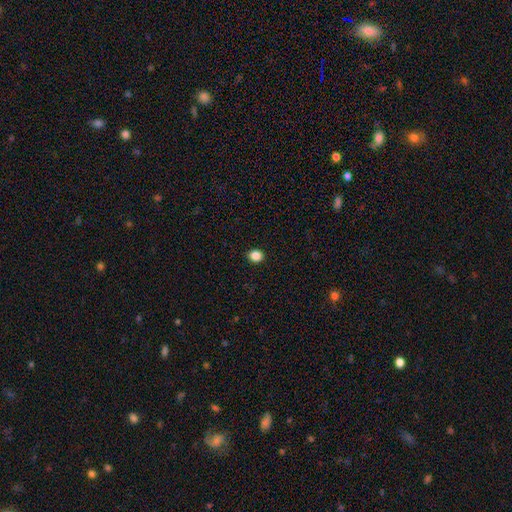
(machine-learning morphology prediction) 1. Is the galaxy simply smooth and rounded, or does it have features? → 86% smooth, 11% star or artifact, 3% featured or disk.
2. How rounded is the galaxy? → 71% round, 28% in between, 1% cigar-shaped.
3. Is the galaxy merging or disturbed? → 92% none, 5% minor disturbance, 2% major disturbance, 1% merger.